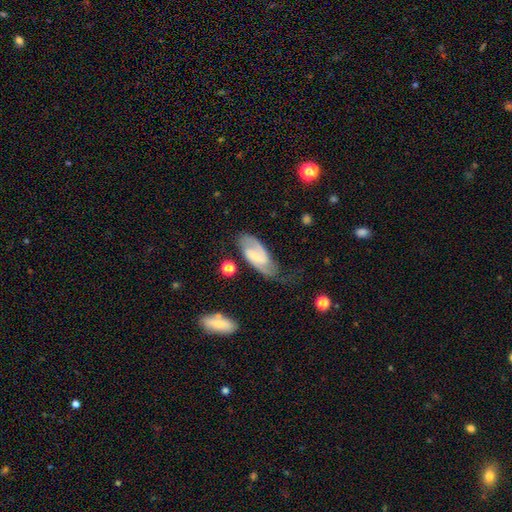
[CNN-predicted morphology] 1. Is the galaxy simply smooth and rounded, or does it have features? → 77% featured or disk, 16% smooth, 6% star or artifact.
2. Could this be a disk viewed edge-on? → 95% no, 5% yes.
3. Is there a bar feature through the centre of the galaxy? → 49% weak, 29% no, 22% strong.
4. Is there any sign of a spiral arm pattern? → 94% yes, 6% no.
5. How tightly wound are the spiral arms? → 48% medium, 31% tight, 20% loose.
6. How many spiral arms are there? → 81% 2, 8% 1, 7% can't tell, 1% 3, 1% 4, 1% more than 4.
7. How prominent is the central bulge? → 48% small, 24% moderate, 23% none, 3% large, 1% dominant.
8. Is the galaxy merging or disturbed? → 54% none, 27% minor disturbance, 15% major disturbance, 3% merger.